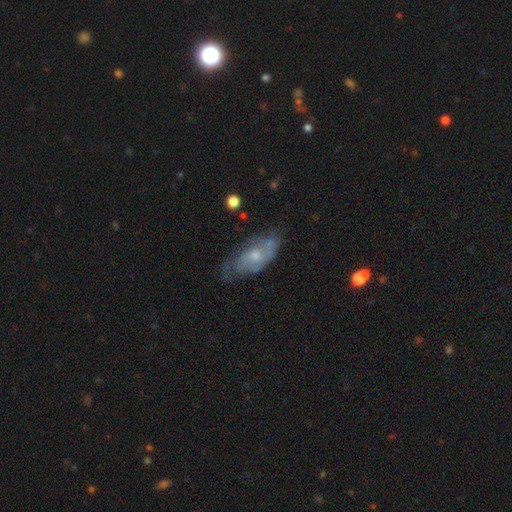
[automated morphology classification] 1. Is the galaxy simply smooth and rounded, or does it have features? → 65% featured or disk, 28% smooth, 7% star or artifact.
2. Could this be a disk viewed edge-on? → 90% no, 10% yes.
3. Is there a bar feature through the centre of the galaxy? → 74% no, 23% weak, 3% strong.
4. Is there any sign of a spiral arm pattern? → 78% yes, 22% no.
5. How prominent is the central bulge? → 51% moderate, 38% small, 5% none, 4% large, 1% dominant.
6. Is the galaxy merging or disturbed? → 56% none, 28% minor disturbance, 13% major disturbance, 2% merger.